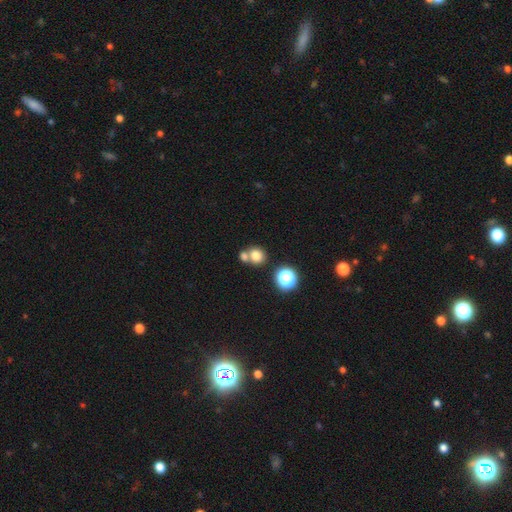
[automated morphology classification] smooth 76%, star or artifact 14%, featured or disk 10%. Down the decision tree: how rounded — round (77%); merging — none (48%).